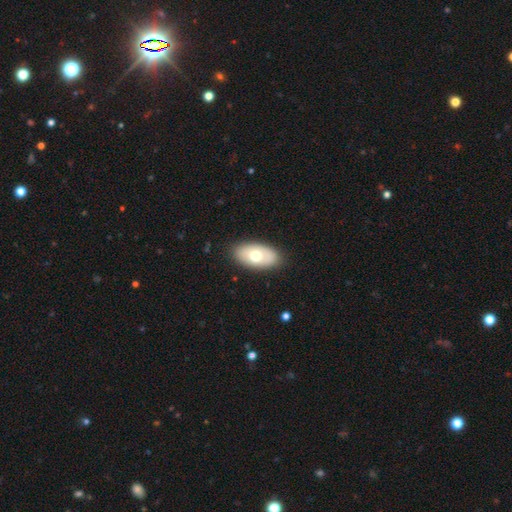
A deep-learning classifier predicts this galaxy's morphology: smooth_or_featured: smooth (p=0.64) [alt: featured or disk p=0.30]
how_rounded: in between (p=0.93) [alt: round p=0.05]
merging: none (p=0.85) [alt: minor disturbance p=0.11]